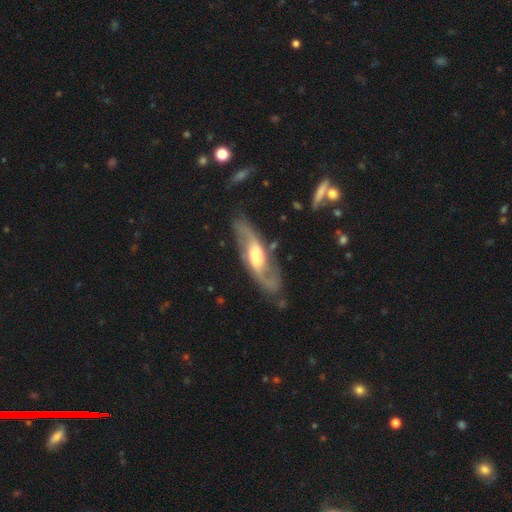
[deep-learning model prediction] Smooth or featured: featured or disk — 85% (smooth — 10%)
Edge-on disk: no — 86% (yes — 14%)
Bar: weak — 46% (no — 35%)
Spiral arms: yes — 95% (no — 5%)
Spiral winding: medium — 46% (loose — 41%)
Spiral arm count: 2 — 92% (can't tell — 4%)
Bulge size: moderate — 54% (large — 30%)
Merging: none — 79% (minor disturbance — 14%)